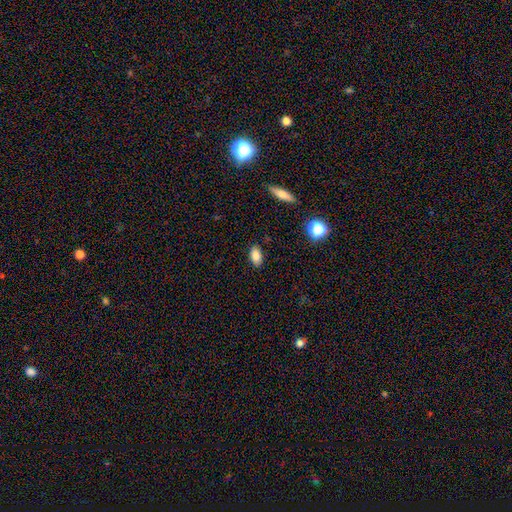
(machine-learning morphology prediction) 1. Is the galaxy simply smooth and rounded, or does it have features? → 83% smooth, 10% star or artifact, 7% featured or disk.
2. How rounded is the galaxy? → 90% in between, 7% round, 3% cigar-shaped.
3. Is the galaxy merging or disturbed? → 87% none, 10% minor disturbance, 2% major disturbance, 1% merger.